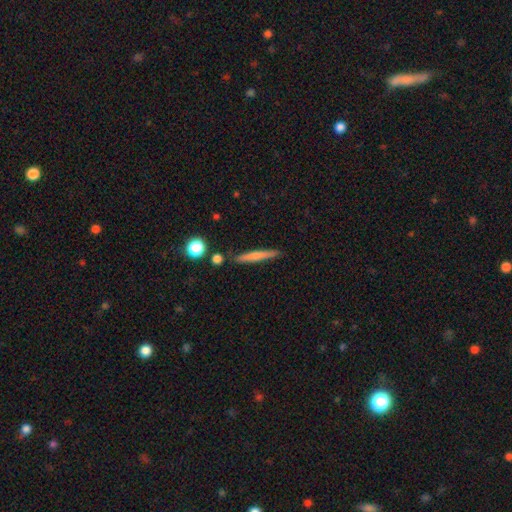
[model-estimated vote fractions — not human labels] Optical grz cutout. It shows a smooth galaxy with no disk features (64%) that is cigar-shaped (94%). Merging: none (85%).